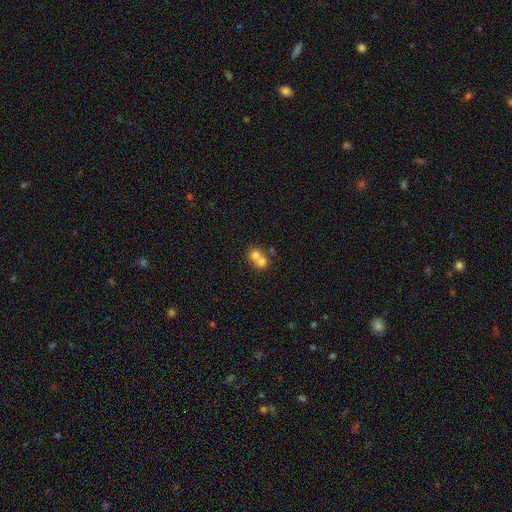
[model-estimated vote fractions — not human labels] smooth-or-featured: smooth: 70% | featured or disk: 20% | star or artifact: 10%
  how-rounded: round: 76% | in between: 23% | cigar-shaped: 1%
  merging: merger: 70% | none: 23% | minor disturbance: 4% | major disturbance: 2%